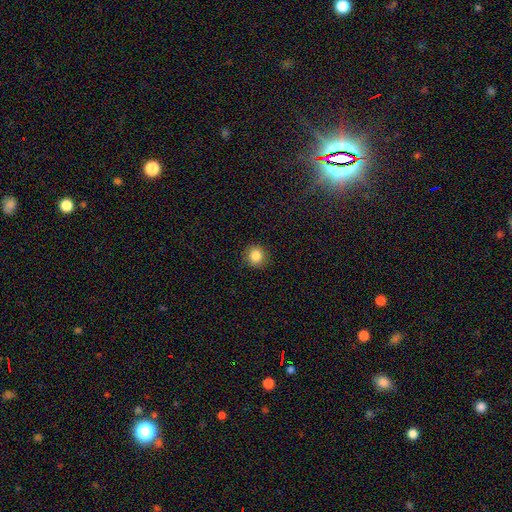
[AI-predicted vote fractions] smooth_or_featured: smooth (p=0.86) [alt: star or artifact p=0.10]
how_rounded: round (p=0.91) [alt: in between p=0.08]
merging: none (p=0.90) [alt: minor disturbance p=0.07]